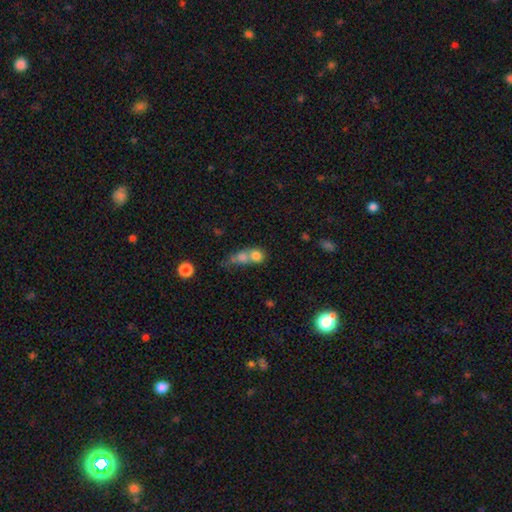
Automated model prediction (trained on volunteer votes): This is likely a smooth galaxy (72%). How rounded: likely round (69%). Merging: likely merger (65%).